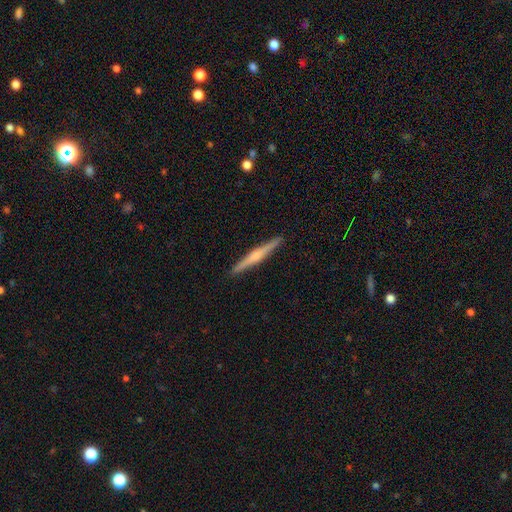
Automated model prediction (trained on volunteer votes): A featured or disk galaxy (64%) viewed edge-on (98%) with a rounded central bulge (72%).

Vote fractions:
- Smooth or featured? featured or disk: 64% / smooth: 31% / star or artifact: 5%
- Edge-on disk? yes: 98% / no: 2%
- Edge-on bulge? rounded: 72% / none: 16% / boxy: 12%
- Merging? none: 92% / minor disturbance: 6% / major disturbance: 1% / merger: 1%